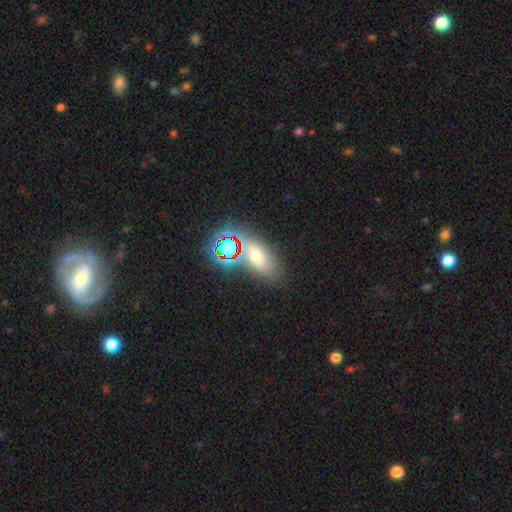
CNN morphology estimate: The model was most divided on "smooth or featured": smooth: 53%, star or artifact: 31%, featured or disk: 16%. More confident: how rounded — in between (77%); merging — none (68%).